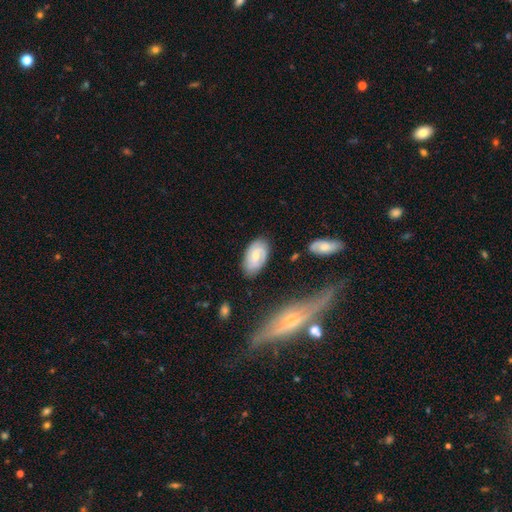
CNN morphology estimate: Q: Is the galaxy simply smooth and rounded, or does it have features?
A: featured or disk — 59%.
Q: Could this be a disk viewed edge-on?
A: no — 94%.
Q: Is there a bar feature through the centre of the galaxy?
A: no — 47%.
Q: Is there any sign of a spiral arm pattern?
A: yes — 86%.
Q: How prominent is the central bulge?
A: small — 48%.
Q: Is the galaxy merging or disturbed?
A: none — 77%.